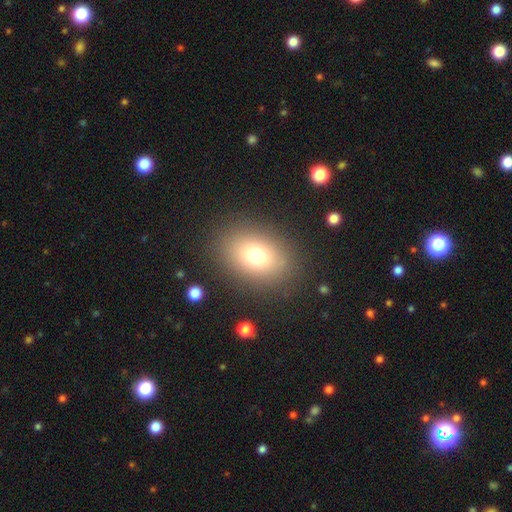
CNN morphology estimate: smooth 74%, star or artifact 13%, featured or disk 13%. Down the decision tree: how rounded — in between (71%); merging — none (85%).